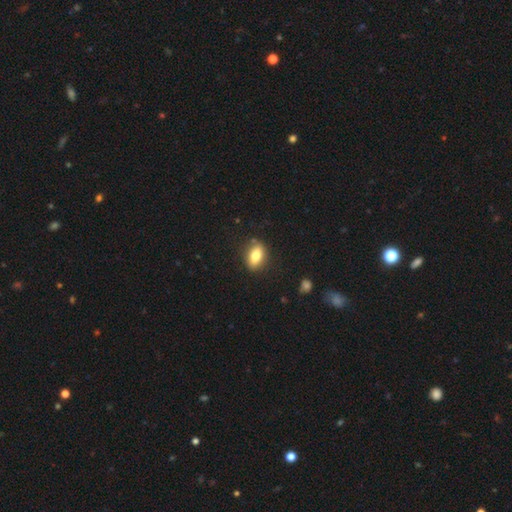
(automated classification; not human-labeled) A smooth galaxy with no disk features (78%) that is in between round and cigar-shaped (83%).

Vote fractions:
- Smooth or featured? smooth: 78% / featured or disk: 15% / star or artifact: 8%
- How rounded? in between: 83% / round: 11% / cigar-shaped: 6%
- Merging? none: 85% / minor disturbance: 11% / major disturbance: 3% / merger: 2%